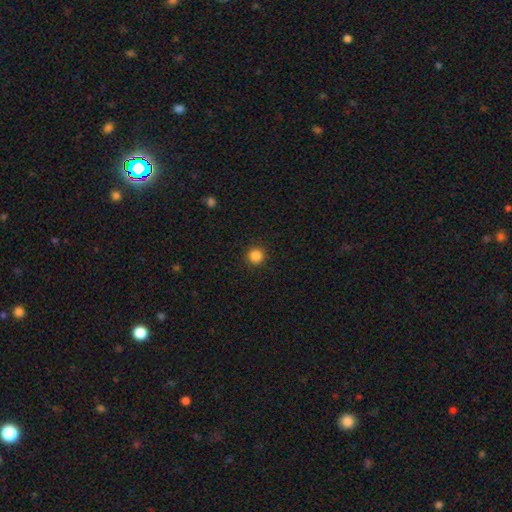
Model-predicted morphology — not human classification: smooth-or-featured: smooth: 85% | star or artifact: 12% | featured or disk: 3%
  how-rounded: round: 95% | in between: 4% | cigar-shaped: 1%
  merging: none: 92% | minor disturbance: 5% | major disturbance: 2% | merger: 1%